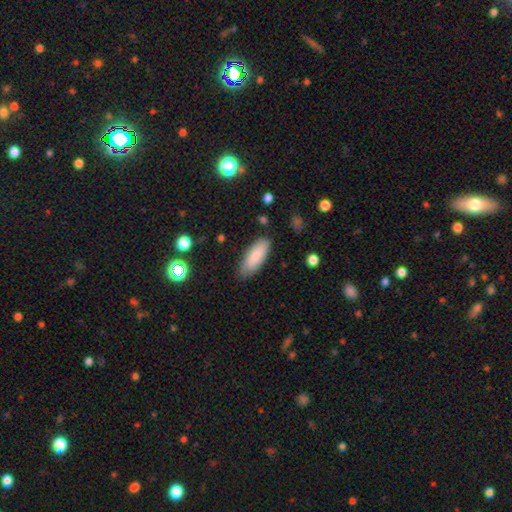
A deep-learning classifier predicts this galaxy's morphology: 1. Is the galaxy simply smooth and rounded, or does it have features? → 85% smooth, 9% featured or disk, 6% star or artifact.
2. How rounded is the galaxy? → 72% in between, 27% cigar-shaped, 2% round.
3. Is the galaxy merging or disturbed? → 82% none, 14% minor disturbance, 3% major disturbance, 2% merger.